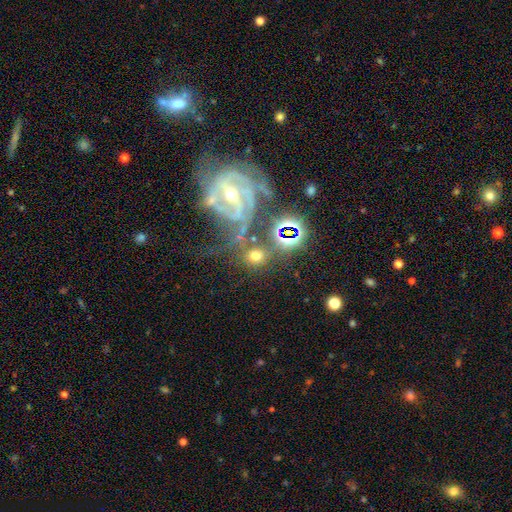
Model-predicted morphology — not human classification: Smooth or featured: smooth — 49% (featured or disk — 29%)
Merging: none — 59% (merger — 14%)